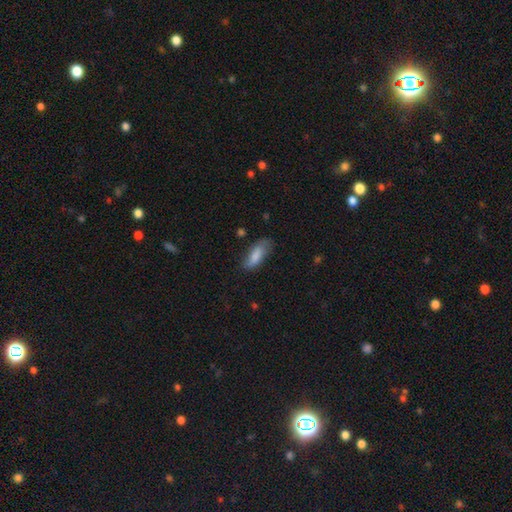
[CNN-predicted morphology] Smooth or featured?
  - smooth: 81% *
  - featured or disk: 12%
  - star or artifact: 7%
How rounded?
  - in between: 73% *
  - cigar-shaped: 25%
  - round: 2%
Merging?
  - none: 63% *
  - minor disturbance: 27%
  - major disturbance: 7%
  - merger: 2%